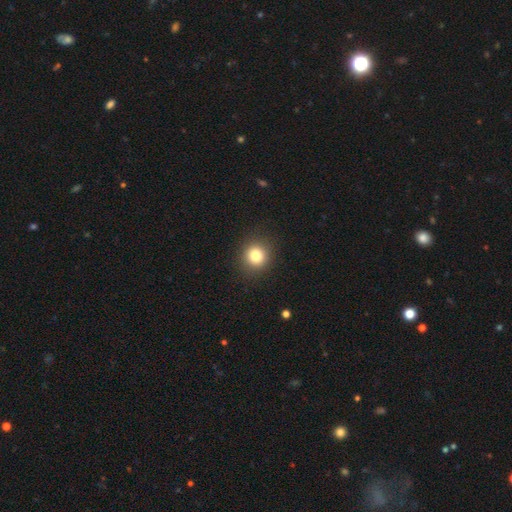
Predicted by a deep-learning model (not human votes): Q: Smooth or featured?
A: smooth (82%); runner-up: star or artifact (11%)
Q: How rounded?
A: round (88%); runner-up: in between (11%)
Q: Merging?
A: none (90%); runner-up: minor disturbance (7%)